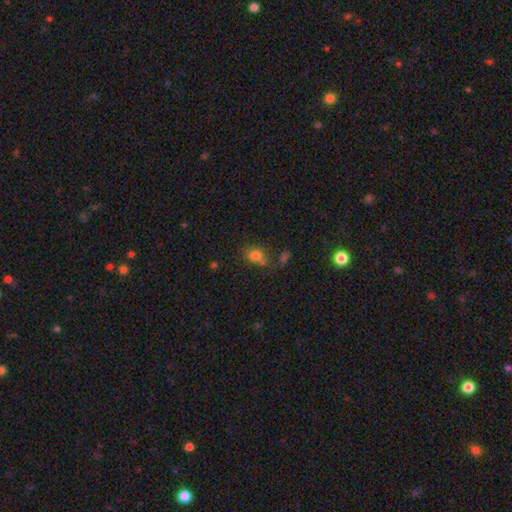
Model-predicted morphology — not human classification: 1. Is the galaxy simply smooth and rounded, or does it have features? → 77% smooth, 14% star or artifact, 9% featured or disk.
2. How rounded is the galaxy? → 54% round, 45% in between, 1% cigar-shaped.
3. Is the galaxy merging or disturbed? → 55% none, 19% merger, 19% minor disturbance, 8% major disturbance.